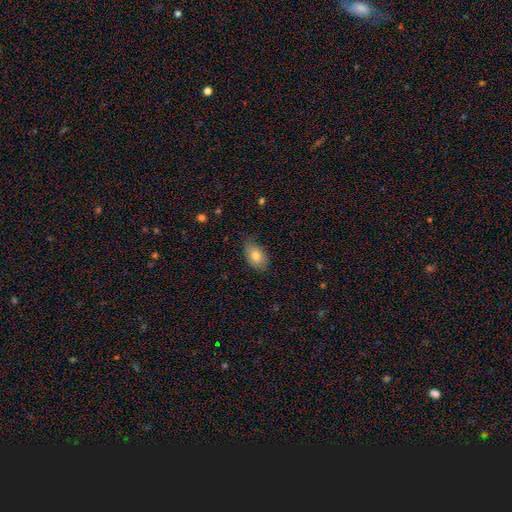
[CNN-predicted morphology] A smooth galaxy with no disk features (79%) that is in between round and cigar-shaped (89%). Merging: none (74%).